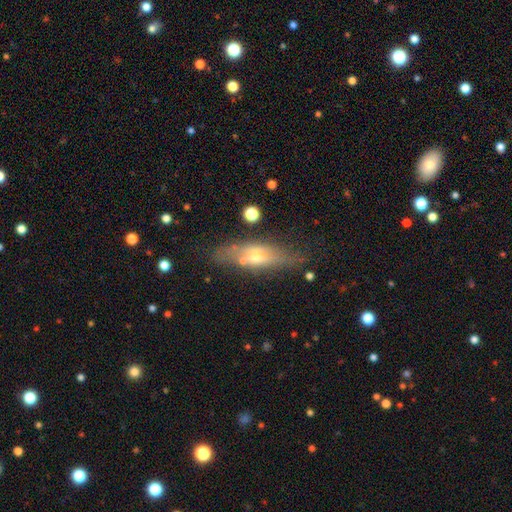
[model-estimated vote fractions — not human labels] Morphology: type=featured or disk (49%); merging=none (65%).